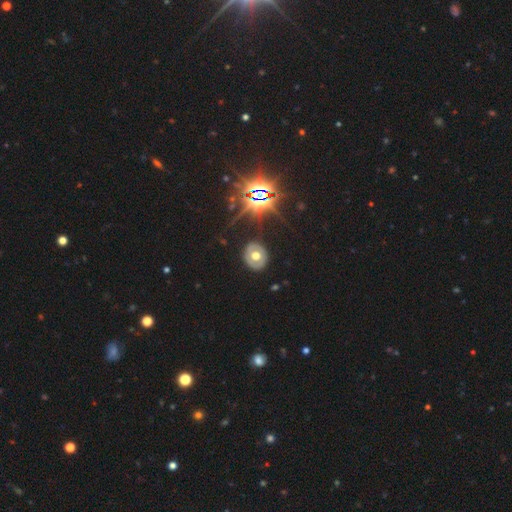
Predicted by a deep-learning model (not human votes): smooth 45%, featured or disk 39%, star or artifact 17%. Down the decision tree: merging — none (85%).